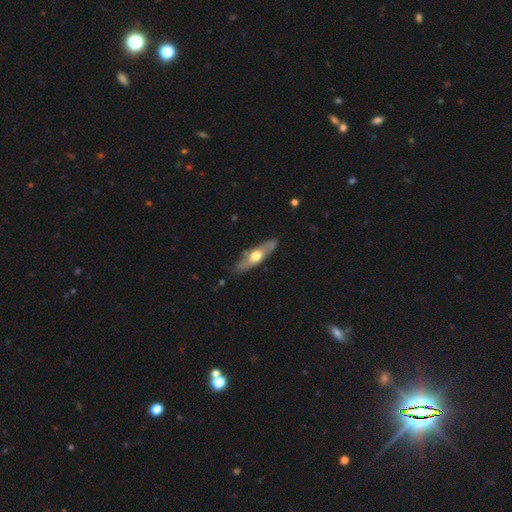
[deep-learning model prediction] A featured or disk galaxy (53%) viewed edge-on (66%).

Vote fractions:
- Smooth or featured? featured or disk: 53% / smooth: 42% / star or artifact: 5%
- Edge-on disk? yes: 66% / no: 34%
- Merging? none: 82% / minor disturbance: 14% / major disturbance: 3% / merger: 2%